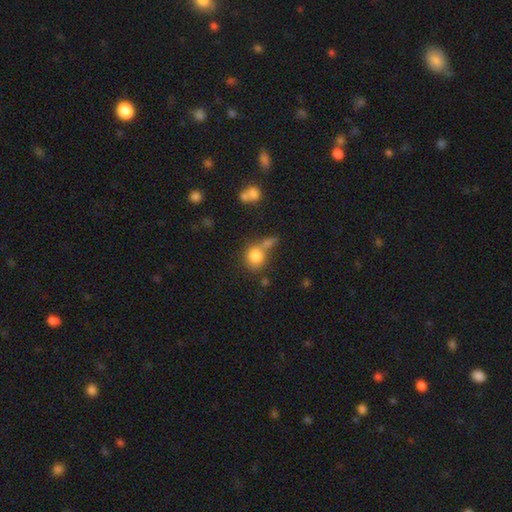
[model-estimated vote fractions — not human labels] Smooth or featured: smooth — 81% (star or artifact — 10%)
How rounded: round — 73% (in between — 26%)
Merging: none — 44% (merger — 33%)